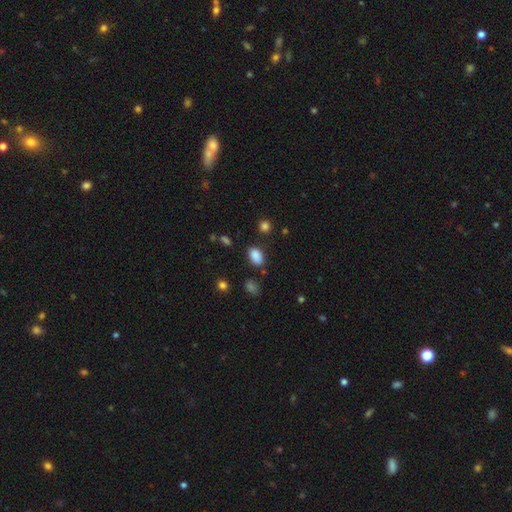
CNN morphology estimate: Q: Smooth or featured?
A: smooth (86%); runner-up: star or artifact (10%)
Q: How rounded?
A: in between (86%); runner-up: round (12%)
Q: Merging?
A: none (81%); runner-up: minor disturbance (13%)